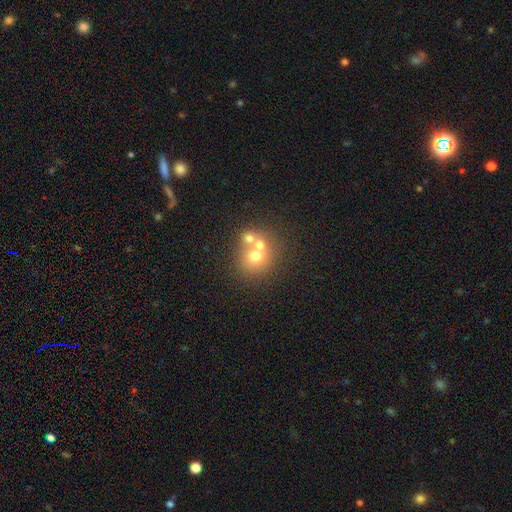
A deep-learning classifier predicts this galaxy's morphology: smooth_or_featured: smooth (p=0.60) [alt: featured or disk p=0.27]
how_rounded: round (p=0.80) [alt: in between p=0.19]
merging: merger (p=0.54) [alt: none p=0.36]